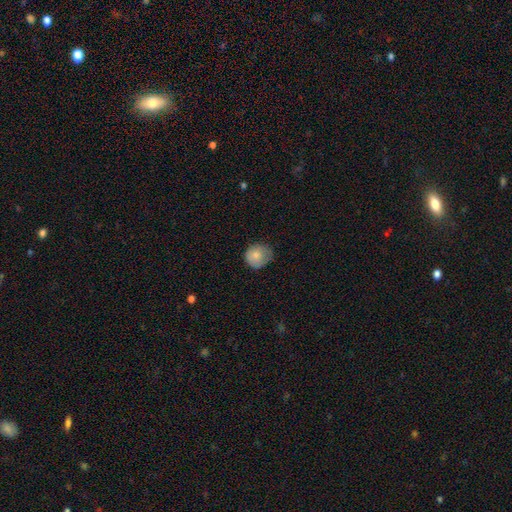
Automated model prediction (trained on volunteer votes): Q: Smooth or featured?
A: smooth (80%); runner-up: featured or disk (12%)
Q: How rounded?
A: round (81%); runner-up: in between (18%)
Q: Merging?
A: none (57%); runner-up: minor disturbance (33%)